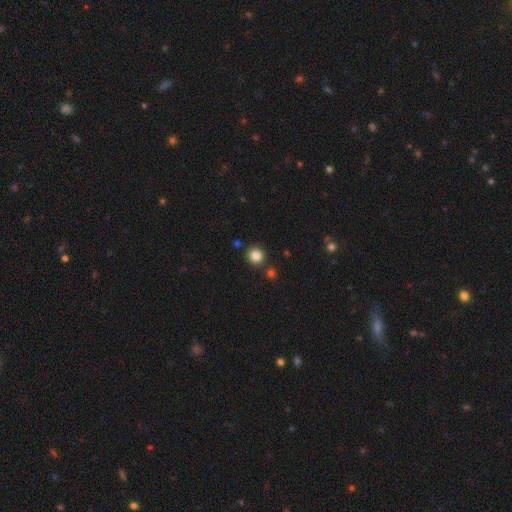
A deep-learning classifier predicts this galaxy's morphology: Overall: smooth (84%). How rounded: round (93%). Merging: none (87%).